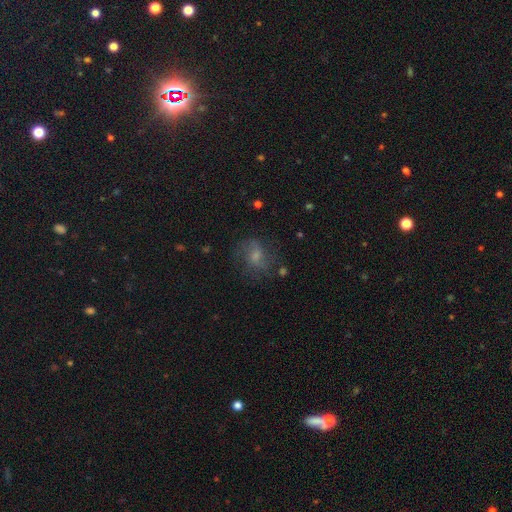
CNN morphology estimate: The model was most divided on "smooth or featured": featured or disk: 45%, smooth: 39%, star or artifact: 16%. More confident: merging — none (66%).